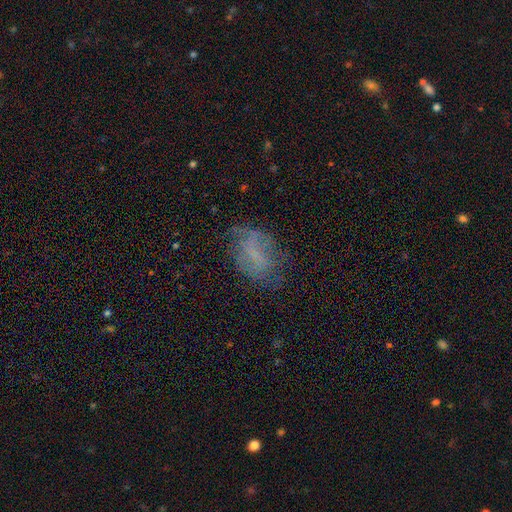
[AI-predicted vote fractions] Smooth or featured: smooth — 43% (featured or disk — 42%)
Merging: none — 55% (minor disturbance — 25%)